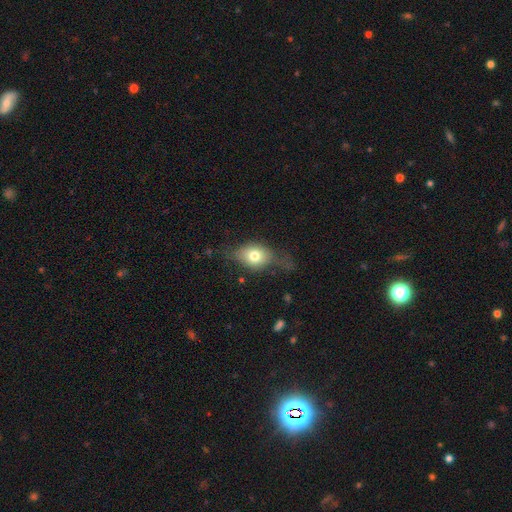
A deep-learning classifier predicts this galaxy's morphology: Smooth or featured? smooth (39%, tied with featured or disk)
Merging? none (65%)